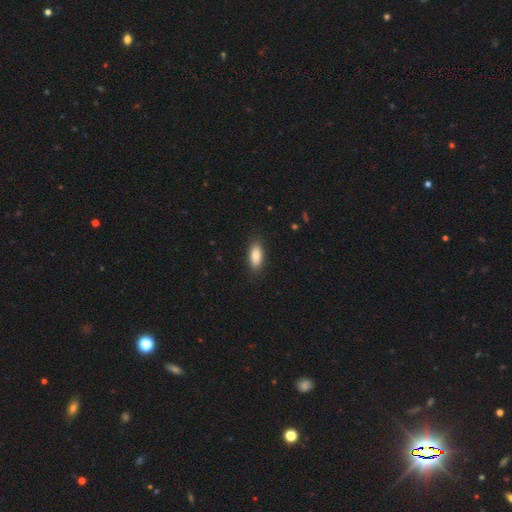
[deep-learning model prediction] This is clearly a smooth galaxy (86%). How rounded: clearly in between (85%). Merging: clearly none (87%).